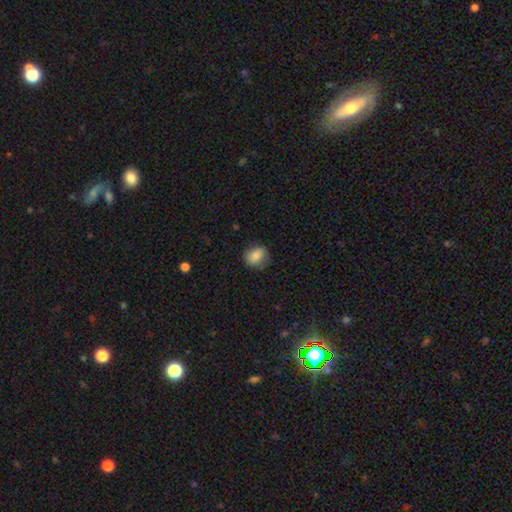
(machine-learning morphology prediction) Smooth or featured: smooth — 80% (featured or disk — 12%)
How rounded: round — 60% (in between — 39%)
Merging: none — 76% (minor disturbance — 18%)